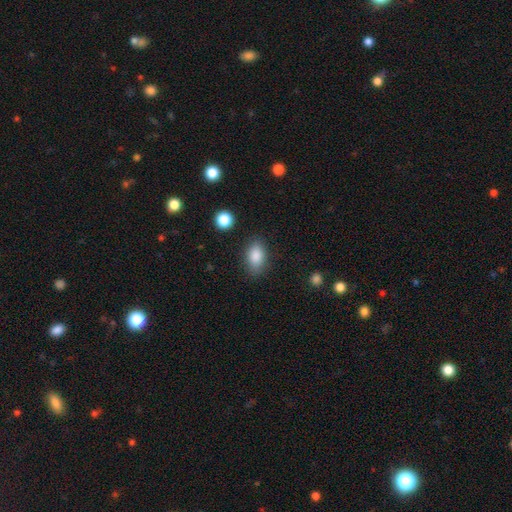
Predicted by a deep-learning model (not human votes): Smooth or featured? Predicted: smooth (p=0.87). How rounded? Predicted: in between (p=0.89). Merging? Predicted: none (p=0.82).